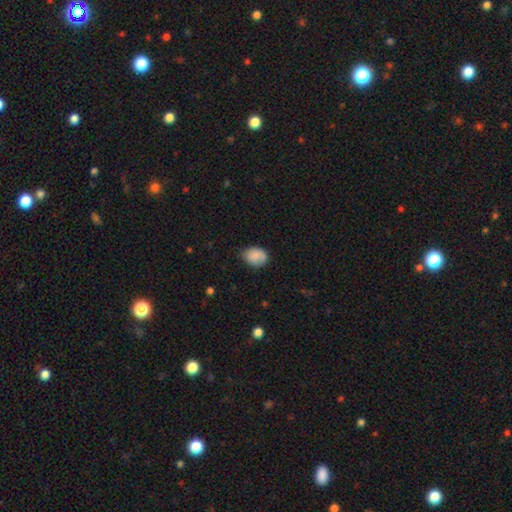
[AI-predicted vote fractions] Morphology: type=smooth (82%); roundness=in between (61%); merging=none (68%).